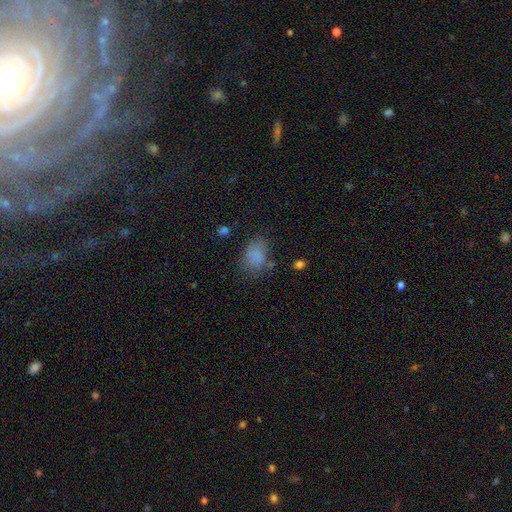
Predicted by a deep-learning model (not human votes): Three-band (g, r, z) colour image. It shows a smooth galaxy with no disk features (81%) that is in between round and cigar-shaped (78%). Merging: none (63%).